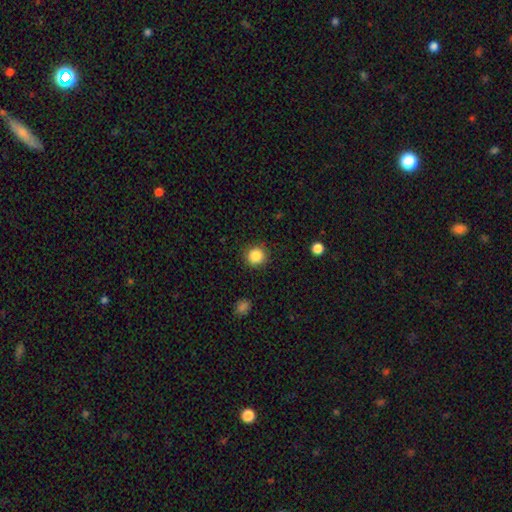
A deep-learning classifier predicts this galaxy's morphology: A smooth galaxy with no disk features (86%) that is round (93%). Merging: none (90%).